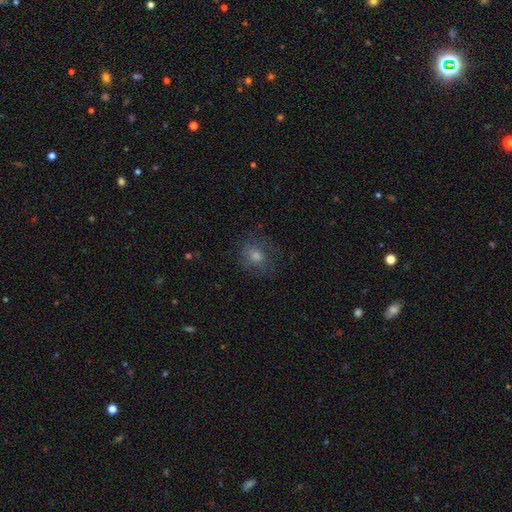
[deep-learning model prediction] Smooth or featured? Predicted: smooth (p=0.50). Merging? Predicted: none (p=0.73).